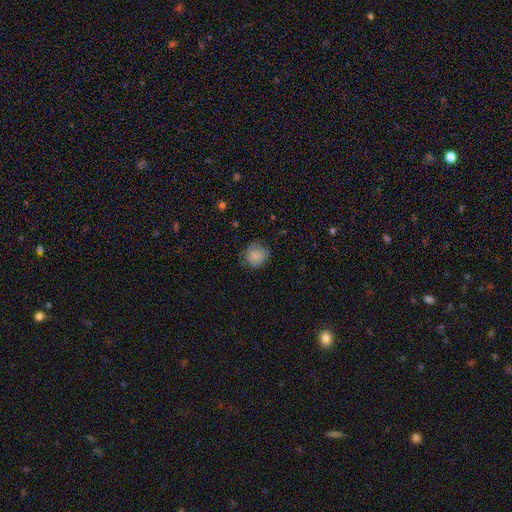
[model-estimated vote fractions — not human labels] Smooth or featured?
  - smooth: 84% *
  - star or artifact: 8%
  - featured or disk: 8%
How rounded?
  - round: 88% *
  - in between: 11%
  - cigar-shaped: 1%
Merging?
  - none: 76% *
  - minor disturbance: 19%
  - major disturbance: 5%
  - merger: 1%